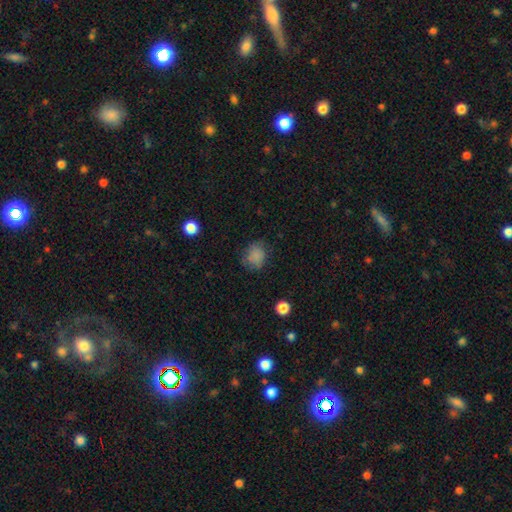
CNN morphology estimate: This appears to be a smooth galaxy with no disk features (79%) that is round (63%). Merging: none (67%).